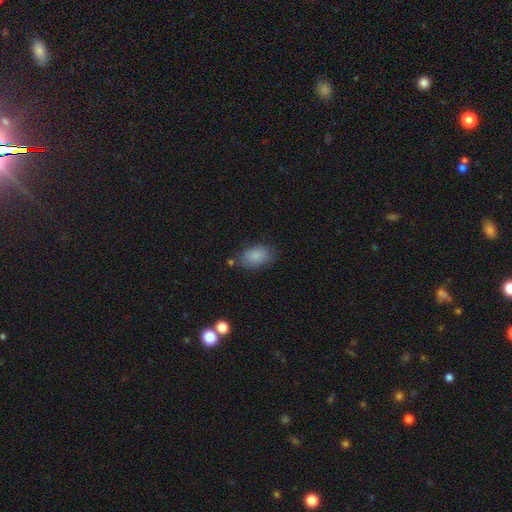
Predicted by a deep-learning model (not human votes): Morphology: type=smooth (85%); roundness=in between (90%); merging=none (69%).